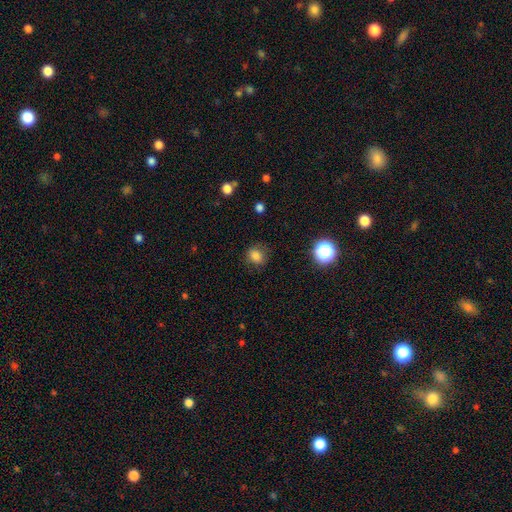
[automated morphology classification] smooth_or_featured: smooth (p=0.80) [alt: star or artifact p=0.13]
how_rounded: round (p=0.63) [alt: in between p=0.36]
merging: none (p=0.76) [alt: minor disturbance p=0.17]